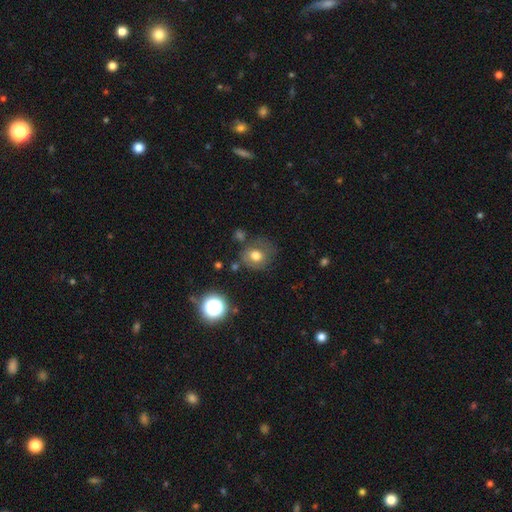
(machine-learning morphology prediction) type=smooth (70%); roundness=round (70%); merging=none (64%).